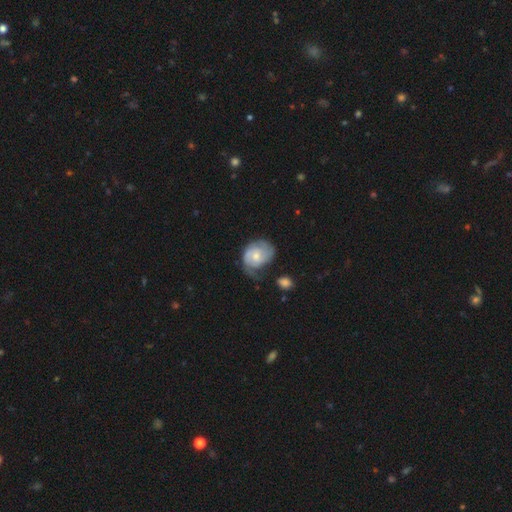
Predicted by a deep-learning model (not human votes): This appears to be a featured or disk galaxy (61%) with no bar (65%), 2 (49%) tight (44%) spiral arms (85%) and a moderate central bulge (49%). Merging: none (39%).